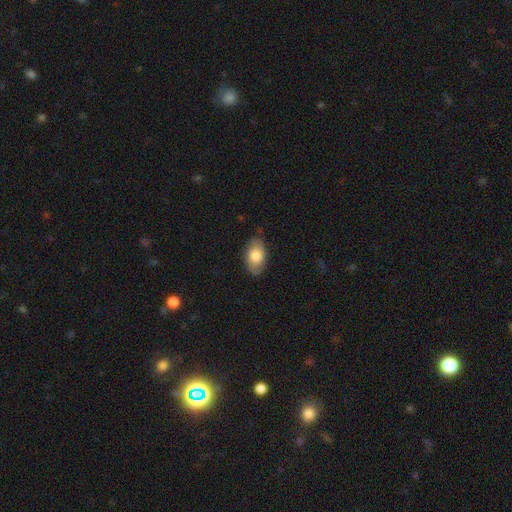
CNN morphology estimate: type=smooth (76%); roundness=in between (92%); merging=none (81%).